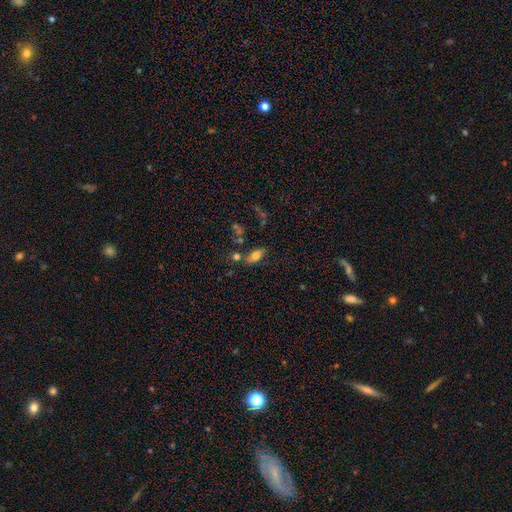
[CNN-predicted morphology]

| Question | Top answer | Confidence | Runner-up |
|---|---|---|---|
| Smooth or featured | smooth | 71% | featured or disk (19%) |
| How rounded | in between | 84% | cigar-shaped (10%) |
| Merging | none | 64% | minor disturbance (17%) |